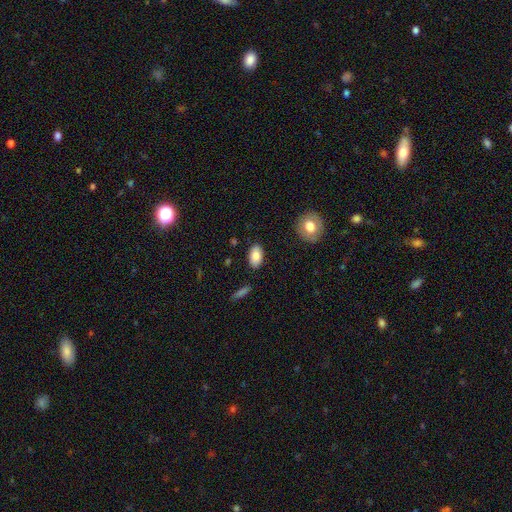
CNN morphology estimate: smooth_or_featured: smooth (p=0.83) [alt: featured or disk p=0.10]
how_rounded: in between (p=0.92) [alt: round p=0.06]
merging: none (p=0.86) [alt: minor disturbance p=0.10]